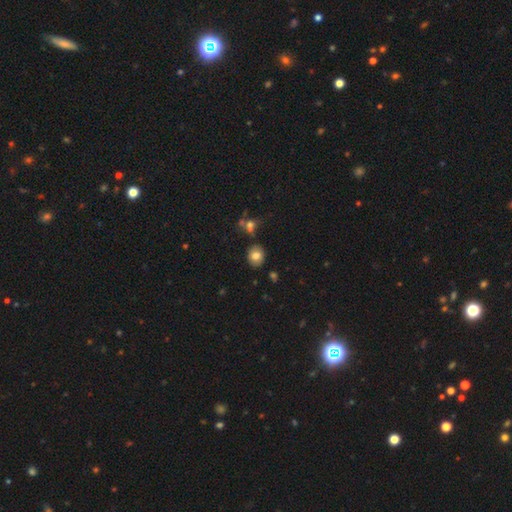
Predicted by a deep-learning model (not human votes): A smooth galaxy with no disk features (80%) that is round (66%). Merging: none (82%).